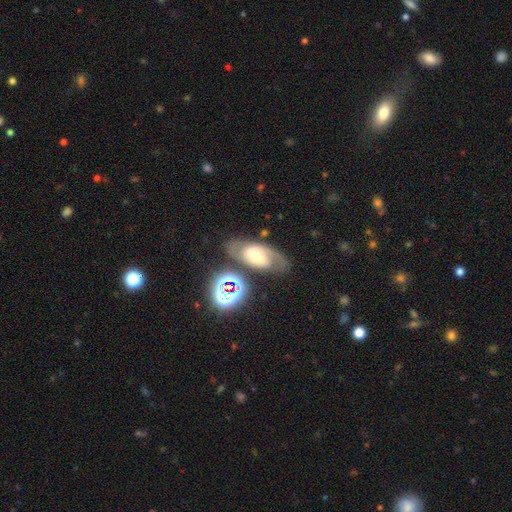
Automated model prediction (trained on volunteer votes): This appears to be a featured or disk galaxy (68%) with a weak bar (41%), 2 (84%) medium (50%) spiral arms (88%) and a moderate central bulge (53%). Merging: none (74%).